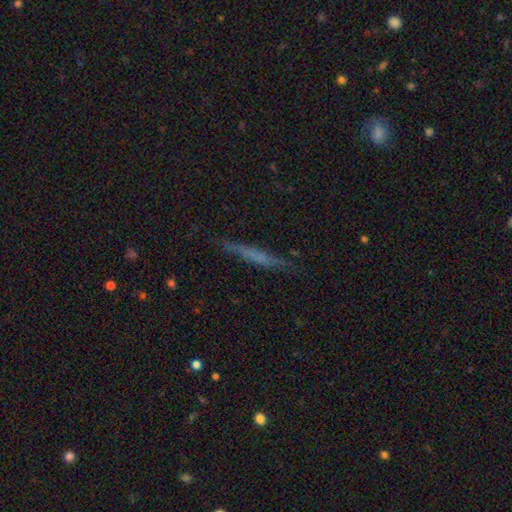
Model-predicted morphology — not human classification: A featured or disk galaxy (47%).

Vote fractions:
- Smooth or featured? featured or disk: 47% / smooth: 44% / star or artifact: 10%
- Merging? none: 84% / minor disturbance: 12% / major disturbance: 3% / merger: 2%